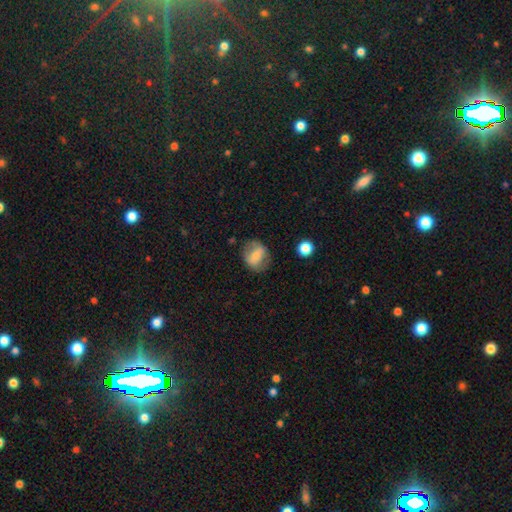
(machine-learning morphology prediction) Smooth or featured: smooth — 58% (featured or disk — 34%)
How rounded: round — 53% (in between — 45%)
Merging: none — 72% (minor disturbance — 18%)